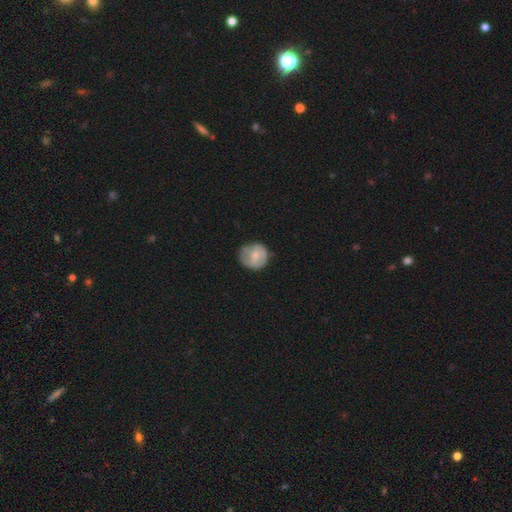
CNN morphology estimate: A smooth galaxy with no disk features (57%) that is round (85%).

Vote fractions:
- Smooth or featured? smooth: 57% / featured or disk: 36% / star or artifact: 7%
- How rounded? round: 85% / in between: 14% / cigar-shaped: 1%
- Merging? none: 65% / minor disturbance: 25% / major disturbance: 9% / merger: 2%